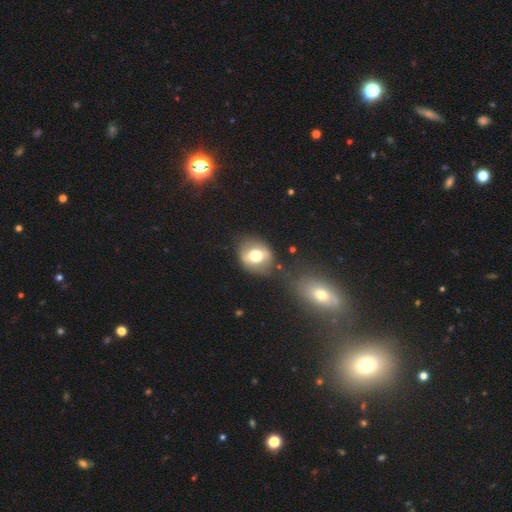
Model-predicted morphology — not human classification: Smooth or featured? Predicted: smooth (p=0.54). How rounded? Predicted: round (p=0.55). Merging? Predicted: none (p=0.71).